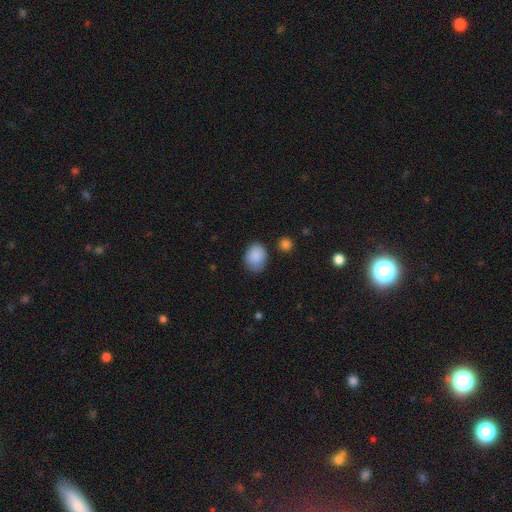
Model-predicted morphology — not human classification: Overall: smooth (88%). How rounded: in between (54%; round 45%). Merging: none (70%).